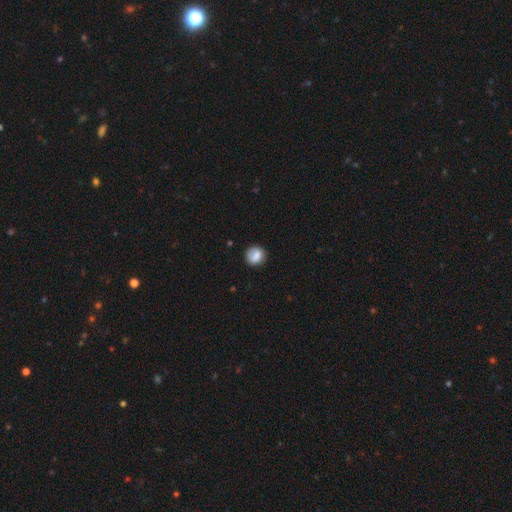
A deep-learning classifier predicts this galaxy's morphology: type=smooth (80%); roundness=round (84%); merging=none (78%).